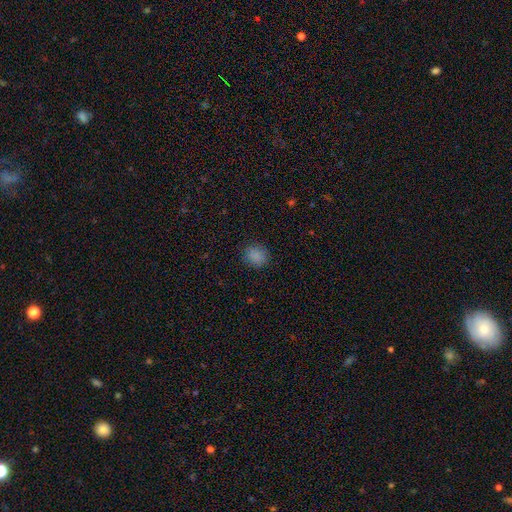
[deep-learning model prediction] Morphology: type=smooth (86%); roundness=round (78%); merging=none (87%).